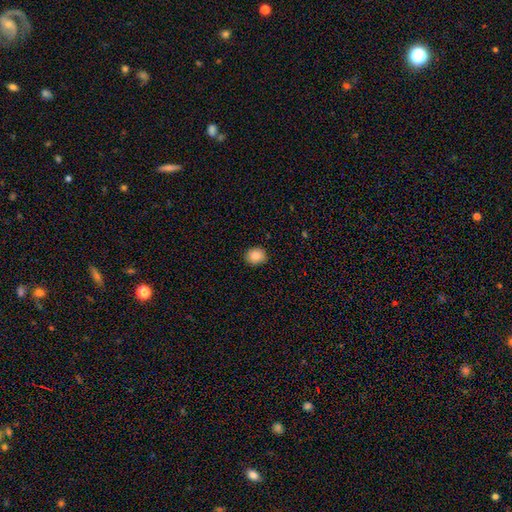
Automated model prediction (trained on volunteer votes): Overall: smooth (88%). How rounded: round (66%; in between 33%). Merging: none (88%).